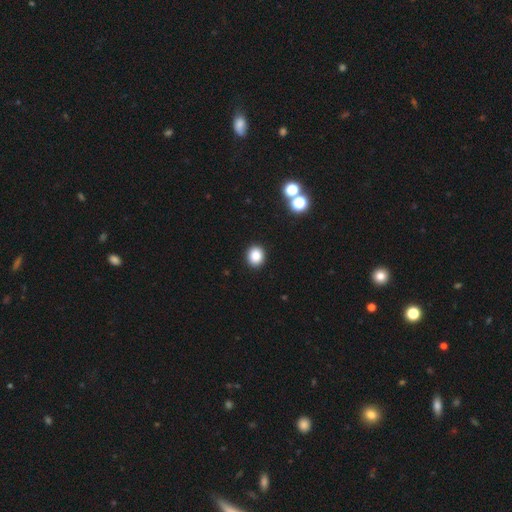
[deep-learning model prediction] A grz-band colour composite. It shows a smooth galaxy with no disk features (86%) that is round (68%). Merging: none (92%).